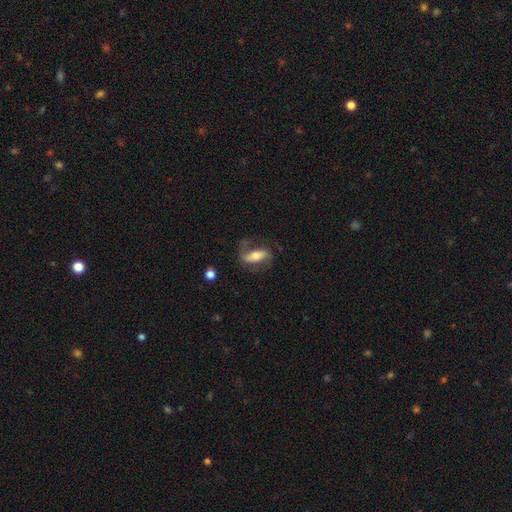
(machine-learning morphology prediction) Smooth or featured: featured or disk — 62% (smooth — 31%)
Edge-on disk: no — 84% (yes — 16%)
Bar: strong — 49% (no — 26%)
Spiral arms: yes — 83% (no — 17%)
Bulge size: moderate — 57% (small — 26%)
Merging: none — 64% (minor disturbance — 19%)